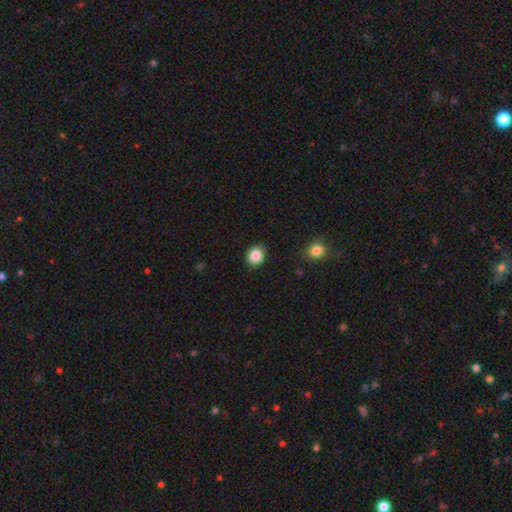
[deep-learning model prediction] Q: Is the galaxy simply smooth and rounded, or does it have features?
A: smooth — 86%.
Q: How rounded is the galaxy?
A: round — 75%.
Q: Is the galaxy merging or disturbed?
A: none — 88%.